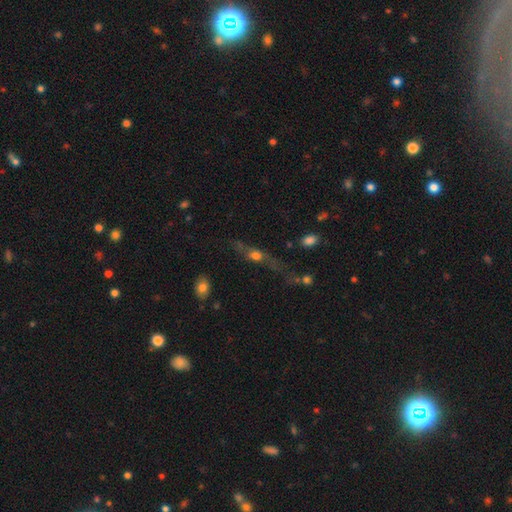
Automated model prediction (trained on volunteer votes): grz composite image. It shows a featured or disk galaxy (47%). Merging: none (48%).